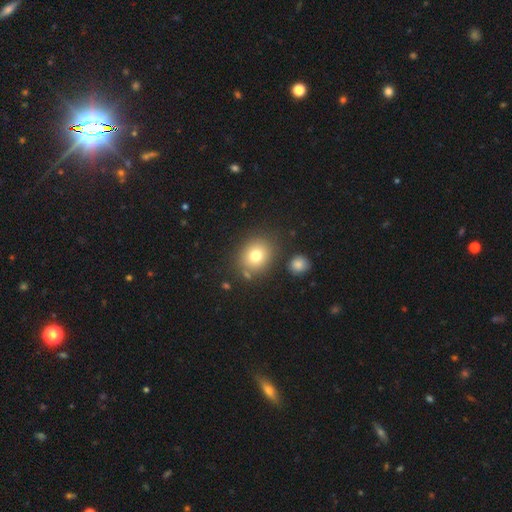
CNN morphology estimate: smooth_or_featured: smooth (p=0.77) [alt: star or artifact p=0.12]
how_rounded: round (p=0.69) [alt: in between p=0.30]
merging: none (p=0.80) [alt: minor disturbance p=0.09]